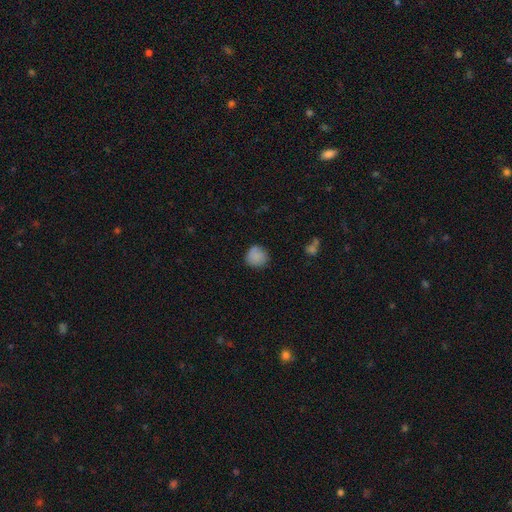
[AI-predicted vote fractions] This is clearly a smooth galaxy (86%). How rounded: clearly round (90%). Merging: clearly none (80%).